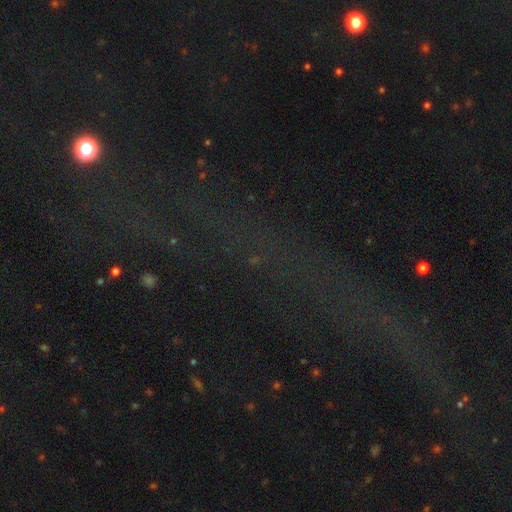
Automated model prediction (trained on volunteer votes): A star or artifact, not a galaxy (67%).

Vote fractions:
- Smooth or featured? star or artifact: 67% / featured or disk: 17% / smooth: 16%